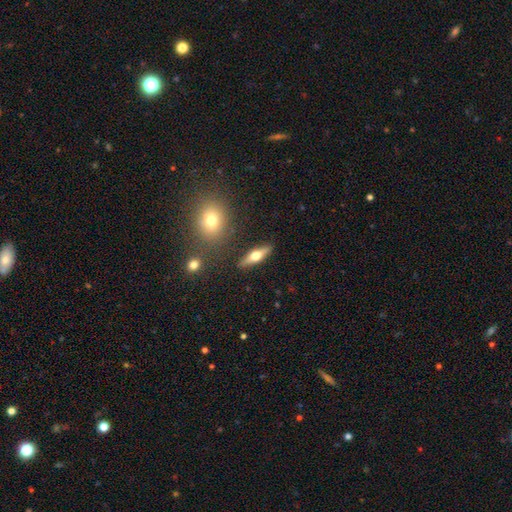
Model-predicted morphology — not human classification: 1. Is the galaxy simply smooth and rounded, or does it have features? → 52% featured or disk, 42% smooth, 6% star or artifact.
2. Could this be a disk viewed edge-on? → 91% yes, 9% no.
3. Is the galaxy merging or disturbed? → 87% none, 8% minor disturbance, 3% merger, 2% major disturbance.